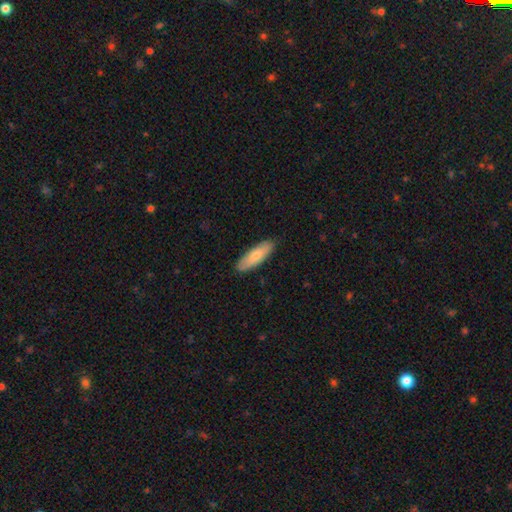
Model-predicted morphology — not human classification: smooth 77%, featured or disk 17%, star or artifact 5%. Down the decision tree: how rounded — in between (52%); merging — none (88%).